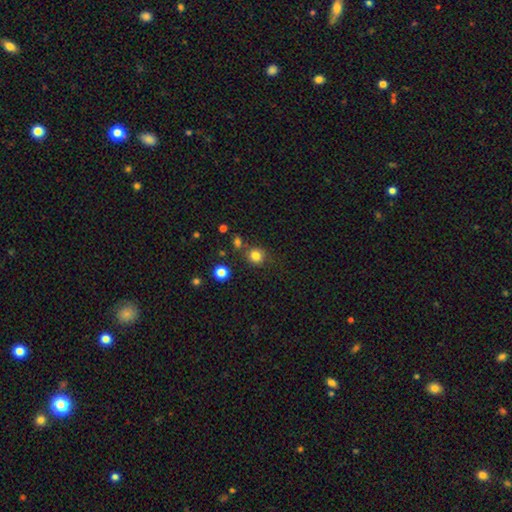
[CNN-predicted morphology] smooth_or_featured: smooth (p=0.81) [alt: star or artifact p=0.13]
how_rounded: round (p=0.87) [alt: in between p=0.12]
merging: none (p=0.77) [alt: minor disturbance p=0.11]